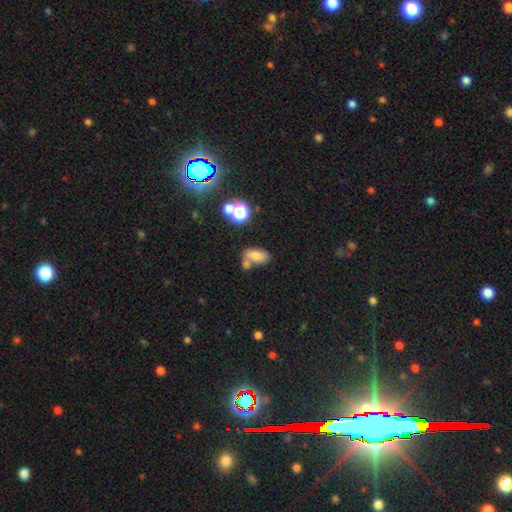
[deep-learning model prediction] A smooth galaxy with no disk features (71%) that is in between round and cigar-shaped (86%). Merging: none (41%).